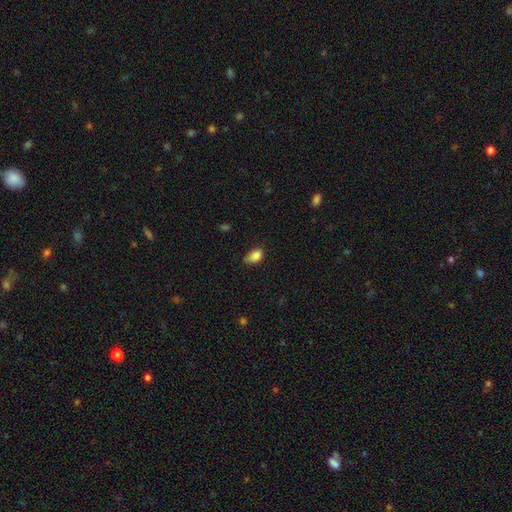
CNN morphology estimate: Smooth or featured?
  - smooth: 86% *
  - star or artifact: 9%
  - featured or disk: 5%
How rounded?
  - in between: 88% *
  - round: 11%
  - cigar-shaped: 2%
Merging?
  - none: 59% *
  - minor disturbance: 33%
  - major disturbance: 6%
  - merger: 2%